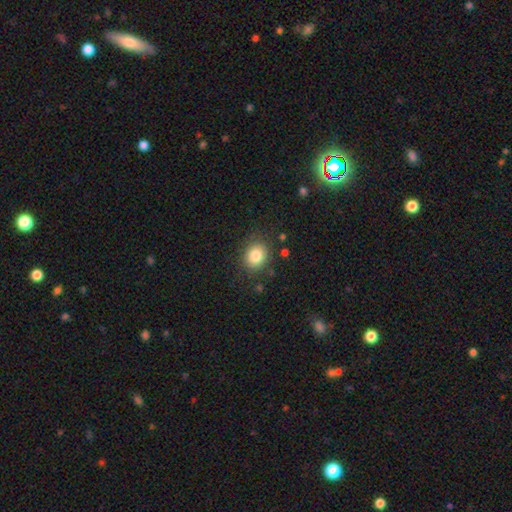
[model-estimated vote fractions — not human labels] smooth_or_featured: smooth (p=0.82) [alt: star or artifact p=0.10]
how_rounded: round (p=0.65) [alt: in between p=0.34]
merging: none (p=0.83) [alt: minor disturbance p=0.11]